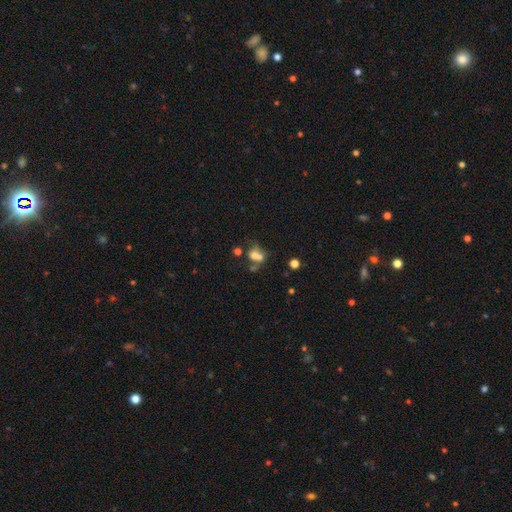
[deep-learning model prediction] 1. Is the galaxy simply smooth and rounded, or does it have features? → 61% smooth, 23% featured or disk, 16% star or artifact.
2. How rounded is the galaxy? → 54% in between, 44% round, 2% cigar-shaped.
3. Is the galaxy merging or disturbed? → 50% merger, 27% none, 12% minor disturbance, 11% major disturbance.